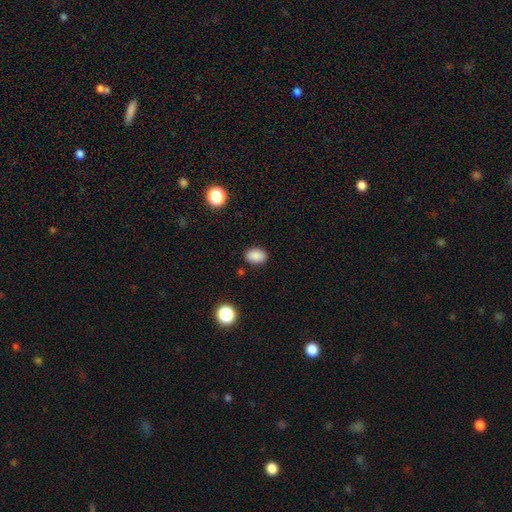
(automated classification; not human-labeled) Smooth or featured?
  - smooth: 87% *
  - star or artifact: 10%
  - featured or disk: 3%
How rounded?
  - in between: 75% *
  - round: 24%
  - cigar-shaped: 1%
Merging?
  - none: 87% *
  - minor disturbance: 9%
  - major disturbance: 2%
  - merger: 2%